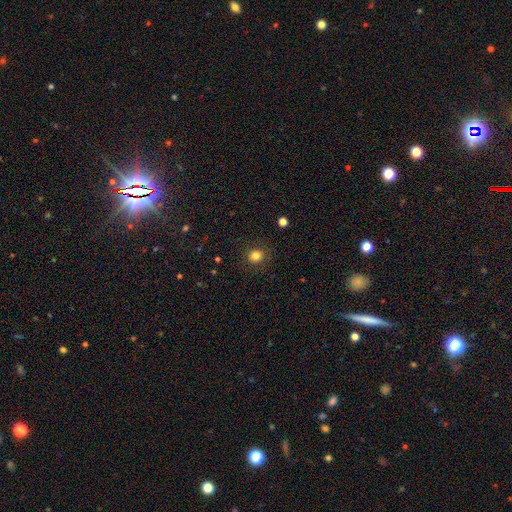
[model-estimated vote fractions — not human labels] smooth_or_featured: smooth (p=0.82) [alt: star or artifact p=0.12]
how_rounded: round (p=0.86) [alt: in between p=0.13]
merging: none (p=0.88) [alt: minor disturbance p=0.08]